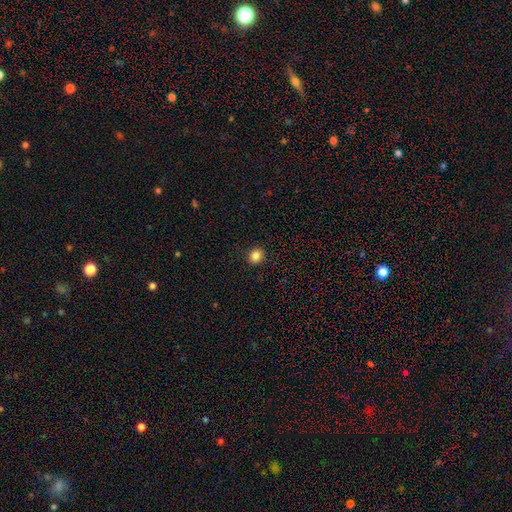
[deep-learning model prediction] smooth 85%, star or artifact 11%, featured or disk 4%. Down the decision tree: how rounded — round (76%); merging — none (91%).